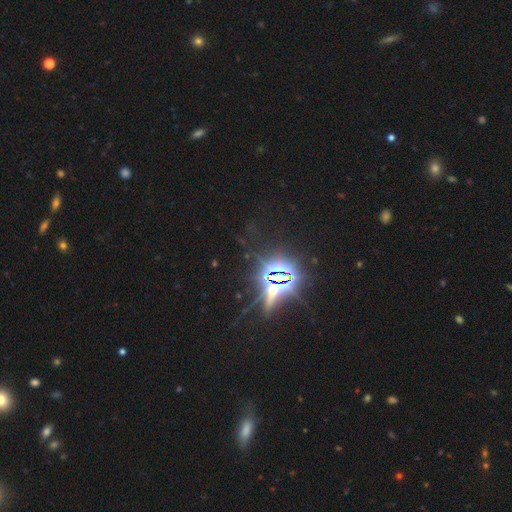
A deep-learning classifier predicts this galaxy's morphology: Q: Smooth or featured?
A: star or artifact (76%); runner-up: smooth (14%)